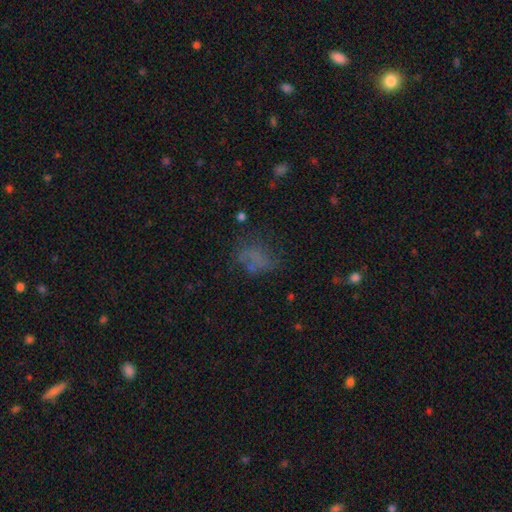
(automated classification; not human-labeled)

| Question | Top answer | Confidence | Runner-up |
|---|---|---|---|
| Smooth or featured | smooth | 48% | featured or disk (27%) |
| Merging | none | 49% | major disturbance (25%) |